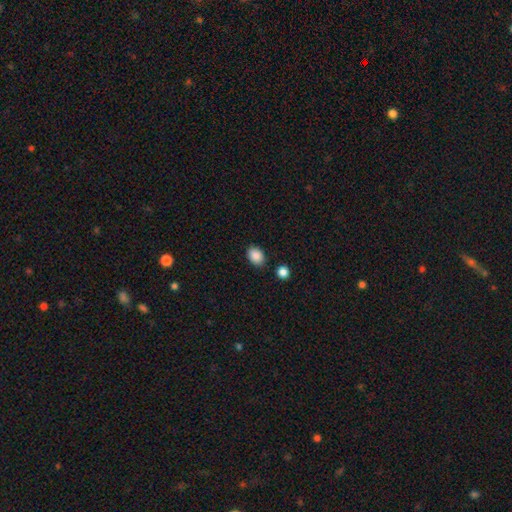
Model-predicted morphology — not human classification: Overall: smooth (88%). How rounded: in between (75%). Merging: none (84%).